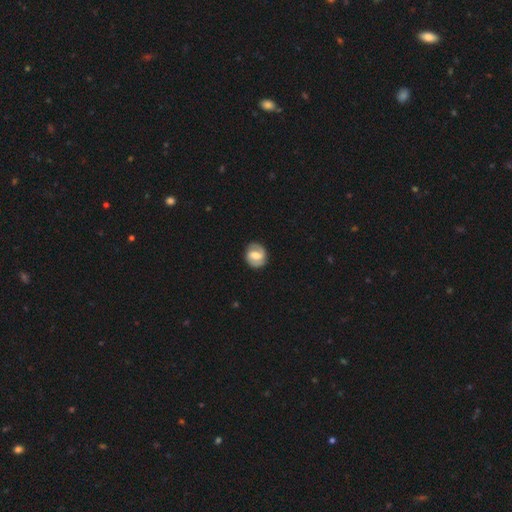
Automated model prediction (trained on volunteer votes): Smooth or featured?
  - featured or disk: 67% *
  - smooth: 27%
  - star or artifact: 6%
Edge-on disk?
  - no: 97% *
  - yes: 3%
Bar?
  - weak: 47% *
  - strong: 36%
  - no: 17%
Spiral arms?
  - yes: 86% *
  - no: 14%
Spiral winding?
  - medium: 43% *
  - tight: 40%
  - loose: 17%
Spiral arm count?
  - 2: 85% *
  - can't tell: 7%
  - 1: 5%
  - 3: 1%
  - 4: 1%
  - more than 4: 1%
Bulge size?
  - moderate: 49% *
  - large: 22%
  - small: 20%
  - none: 7%
  - dominant: 2%
Merging?
  - none: 83% *
  - minor disturbance: 12%
  - major disturbance: 4%
  - merger: 1%